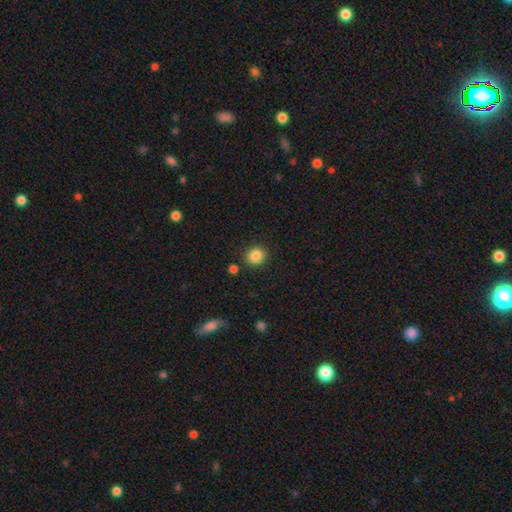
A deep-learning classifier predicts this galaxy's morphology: Smooth or featured: smooth — 86% (star or artifact — 10%)
How rounded: round — 83% (in between — 16%)
Merging: none — 87% (minor disturbance — 7%)